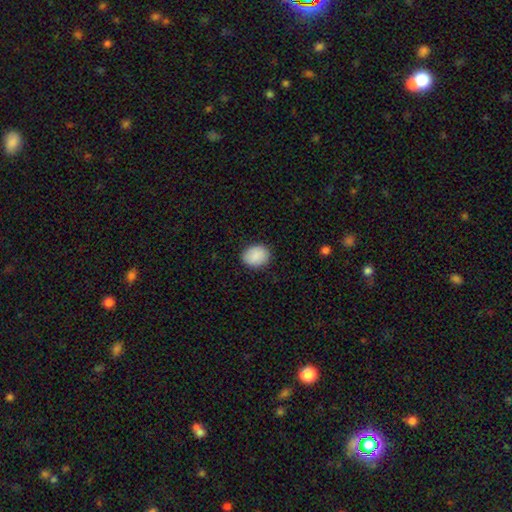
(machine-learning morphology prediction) smooth 89%, star or artifact 7%, featured or disk 4%. Down the decision tree: how rounded — in between (55%); merging — none (87%).